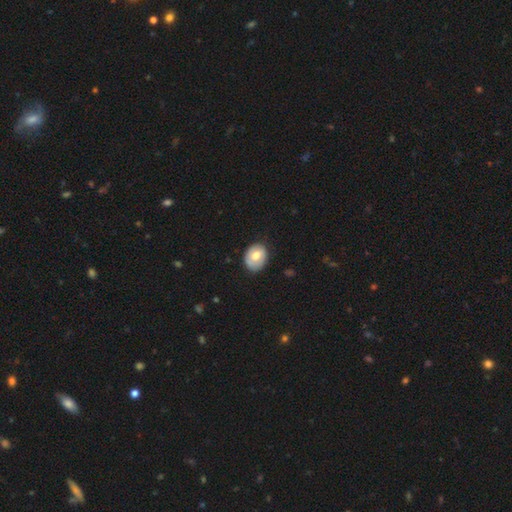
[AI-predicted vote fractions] smooth_or_featured: smooth (p=0.64) [alt: featured or disk p=0.29]
how_rounded: in between (p=0.53) [alt: round p=0.46]
merging: none (p=0.77) [alt: minor disturbance p=0.18]